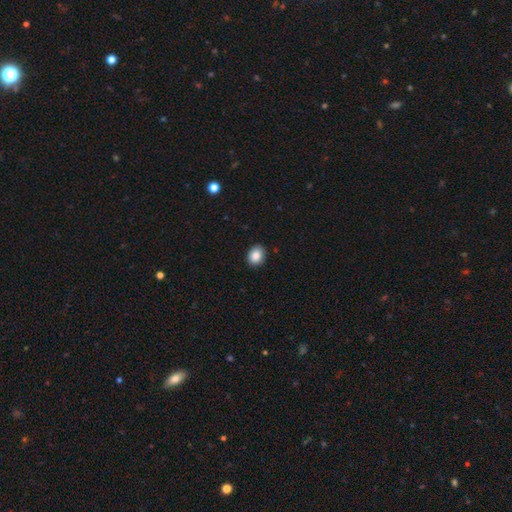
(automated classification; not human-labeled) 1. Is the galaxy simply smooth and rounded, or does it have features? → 88% smooth, 8% star or artifact, 4% featured or disk.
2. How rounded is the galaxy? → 50% in between, 49% round, 1% cigar-shaped.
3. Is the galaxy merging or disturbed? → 89% none, 8% minor disturbance, 2% major disturbance, 1% merger.